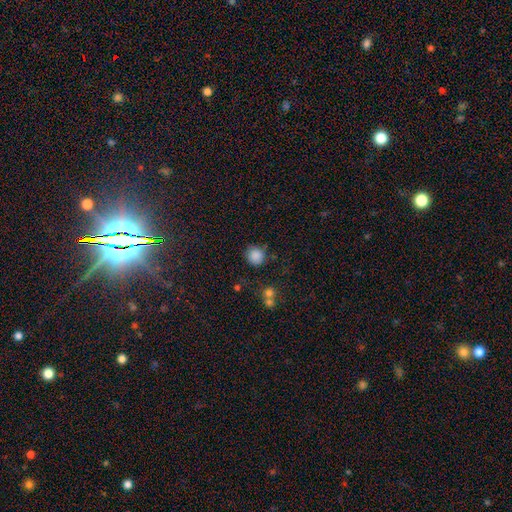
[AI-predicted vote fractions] A smooth galaxy with no disk features (86%) that is round (90%). Merging: none (77%).